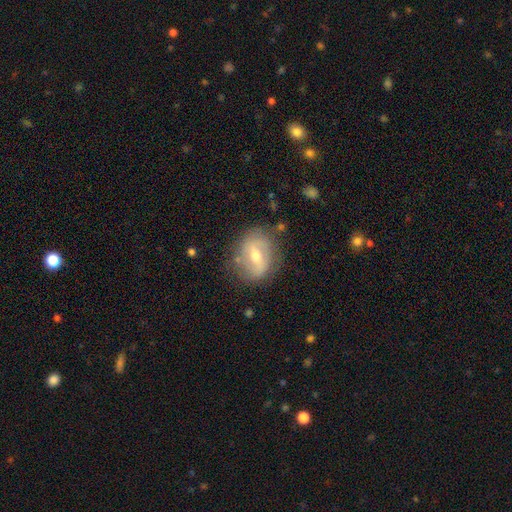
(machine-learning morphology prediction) type=featured or disk (64%); edge-on=no (94%); bar=weak (43%); spiral arms=yes (62%); bulge=moderate (59%); merging=none (73%).